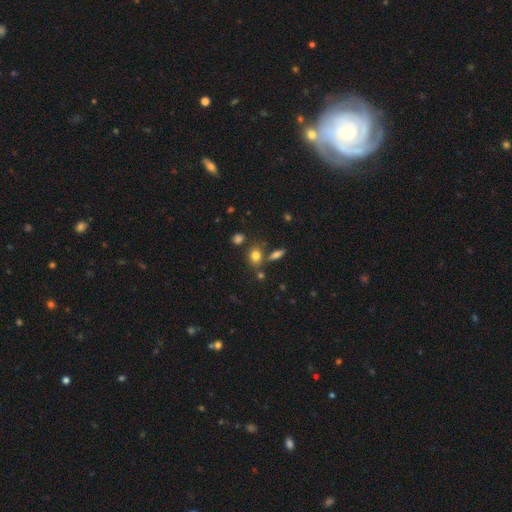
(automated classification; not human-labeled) This appears to be a smooth galaxy with no disk features (78%) that is in between round and cigar-shaped (57%). Merging: none (68%).